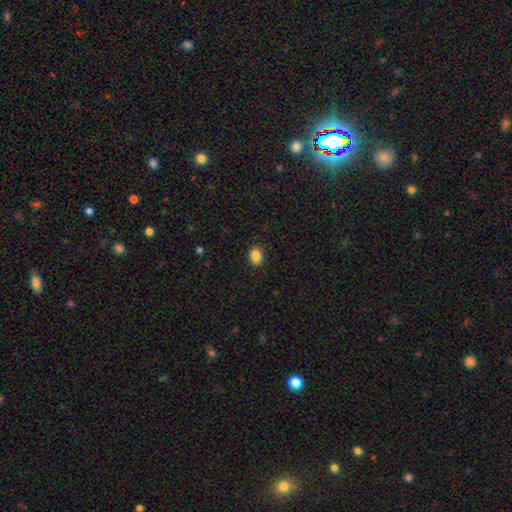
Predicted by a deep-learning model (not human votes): Q: Smooth or featured?
A: smooth (86%); runner-up: star or artifact (10%)
Q: How rounded?
A: in between (59%); runner-up: round (40%)
Q: Merging?
A: none (90%); runner-up: minor disturbance (7%)